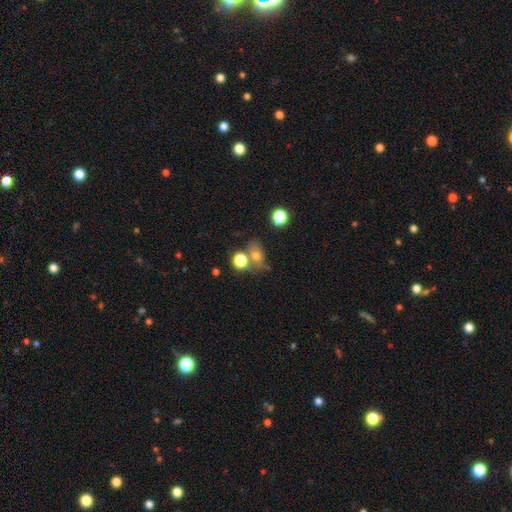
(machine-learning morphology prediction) smooth_or_featured: smooth (p=0.67) [alt: star or artifact p=0.18]
how_rounded: in between (p=0.60) [alt: round p=0.37]
merging: none (p=0.48) [alt: merger p=0.26]